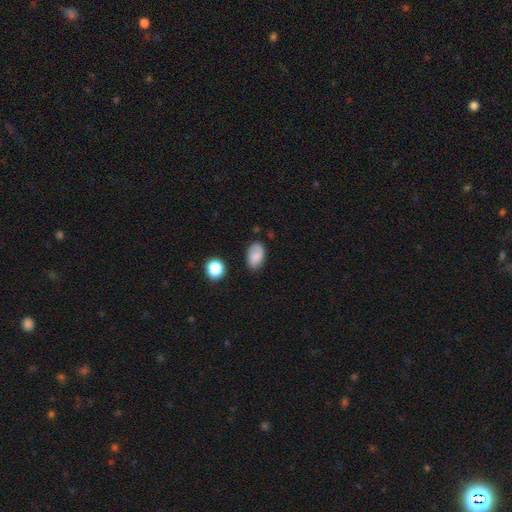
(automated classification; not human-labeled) Smooth or featured? smooth (82%)
How rounded? in between (89%)
Merging? none (73%)